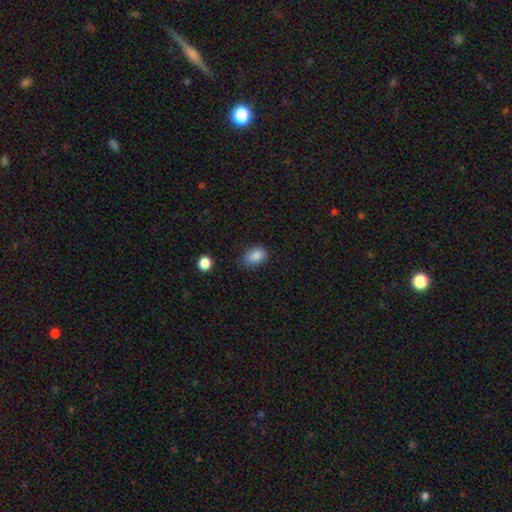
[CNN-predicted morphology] This appears to be a smooth galaxy with no disk features (86%) that is in between round and cigar-shaped (80%). Merging: none (71%).